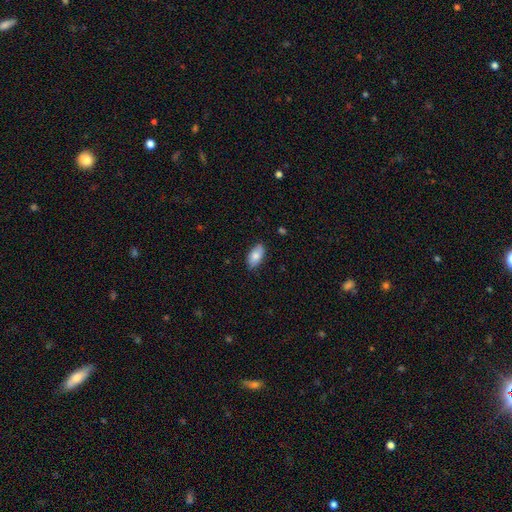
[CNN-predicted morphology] type=smooth (82%); roundness=in between (93%); merging=none (84%).